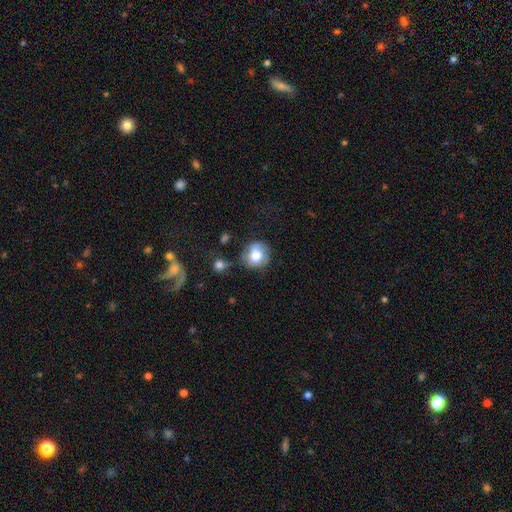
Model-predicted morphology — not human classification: smooth_or_featured: smooth (p=0.74) [alt: featured or disk p=0.17]
how_rounded: round (p=0.82) [alt: in between p=0.17]
merging: none (p=0.61) [alt: minor disturbance p=0.25]